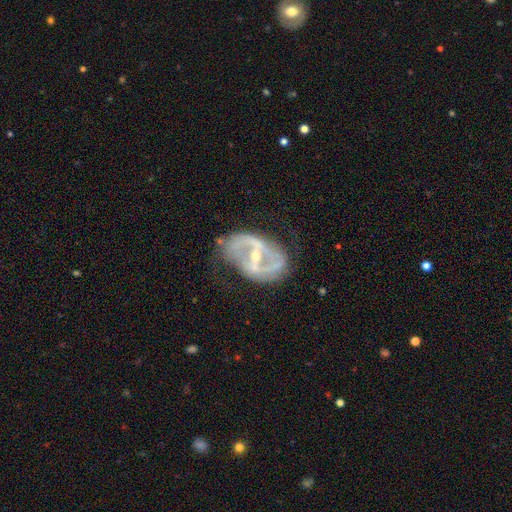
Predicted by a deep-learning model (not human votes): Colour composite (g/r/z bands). It shows a featured or disk galaxy (86%) with a strong bar (63%), 2 (80%) medium (45%) spiral arms (77%) and a small central bulge (60%). Merging: none (55%).